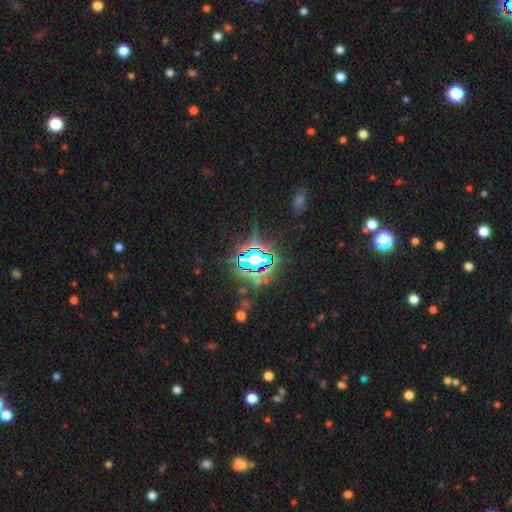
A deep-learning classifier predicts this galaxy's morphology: This appears to be a star or artifact, not a galaxy (78%).